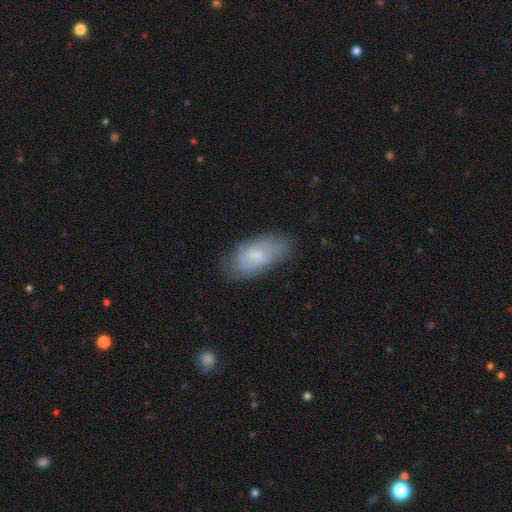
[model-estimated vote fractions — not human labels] Smooth or featured? smooth (52%)
How rounded? in between (88%)
Merging? none (72%)